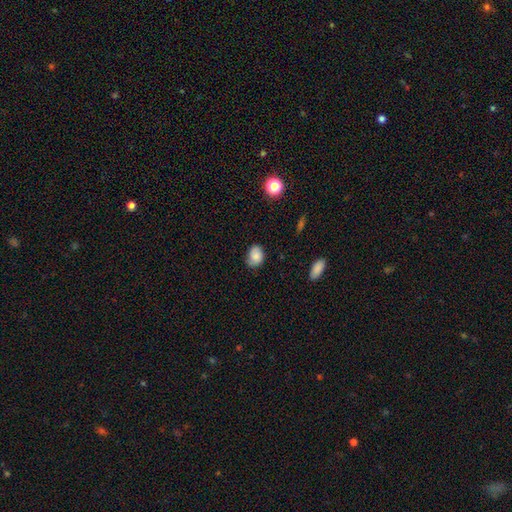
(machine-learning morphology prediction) smooth-or-featured: smooth: 80% | featured or disk: 12% | star or artifact: 9%
  how-rounded: in between: 66% | round: 33% | cigar-shaped: 1%
  merging: none: 66% | minor disturbance: 27% | major disturbance: 5% | merger: 2%